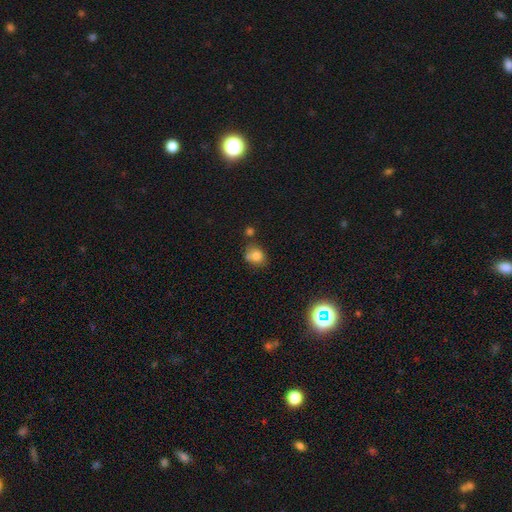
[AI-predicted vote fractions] smooth-or-featured: smooth: 79% | star or artifact: 12% | featured or disk: 8%
  how-rounded: round: 57% | in between: 42% | cigar-shaped: 1%
  merging: none: 59% | minor disturbance: 23% | merger: 11% | major disturbance: 6%